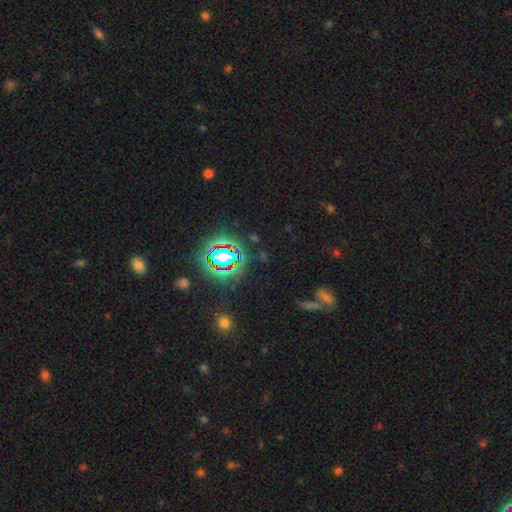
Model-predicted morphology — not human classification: star or artifact 73%, smooth 17%, featured or disk 11%.